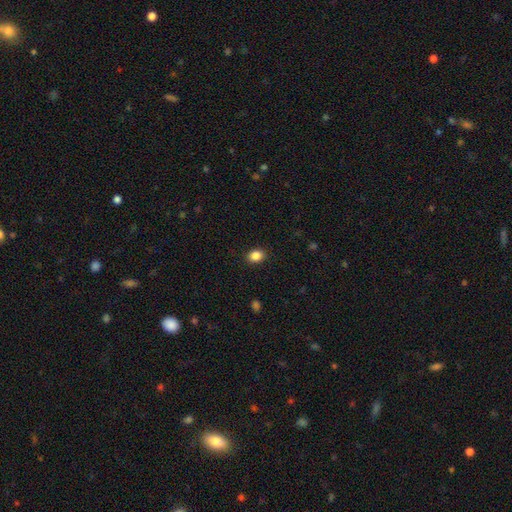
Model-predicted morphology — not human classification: smooth-or-featured: smooth: 87% | star or artifact: 10% | featured or disk: 4%
  how-rounded: in between: 61% | round: 38% | cigar-shaped: 1%
  merging: none: 89% | minor disturbance: 7% | major disturbance: 2% | merger: 1%